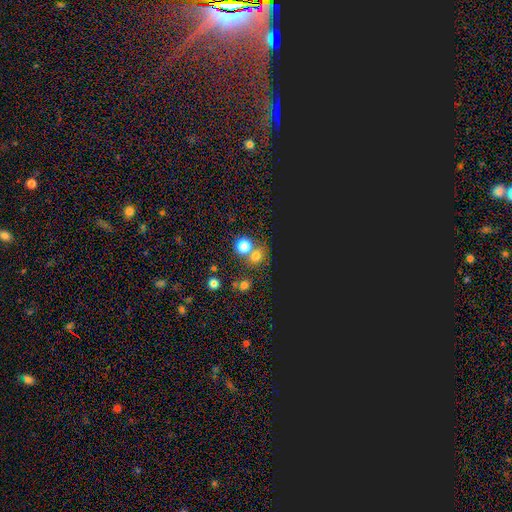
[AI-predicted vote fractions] Smooth or featured: smooth — 65% (star or artifact — 26%)
How rounded: round — 80% (in between — 19%)
Merging: none — 51% (merger — 39%)